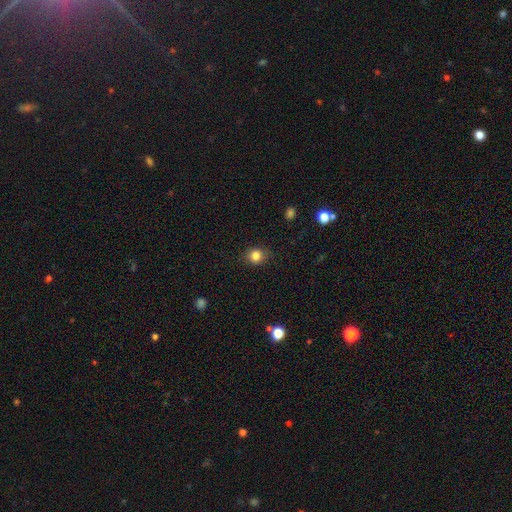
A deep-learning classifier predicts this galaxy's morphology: Smooth or featured? smooth (83%)
How rounded? round (77%)
Merging? none (85%)